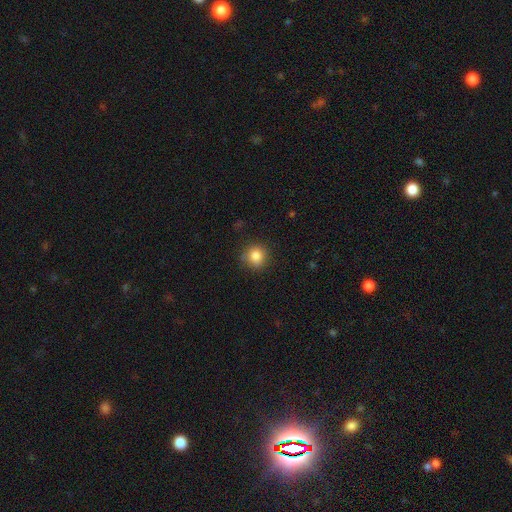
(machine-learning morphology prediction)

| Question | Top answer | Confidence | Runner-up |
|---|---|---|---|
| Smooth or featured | smooth | 84% | star or artifact (11%) |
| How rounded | round | 90% | in between (9%) |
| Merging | none | 84% | minor disturbance (12%) |